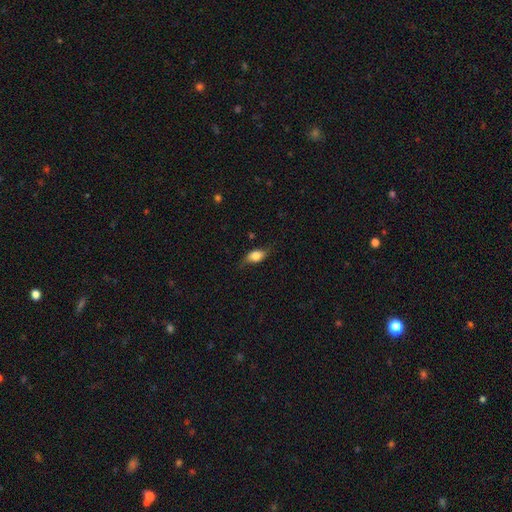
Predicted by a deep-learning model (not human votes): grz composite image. It shows a smooth galaxy with no disk features (71%) that is in between round and cigar-shaped (83%). Merging: none (69%).